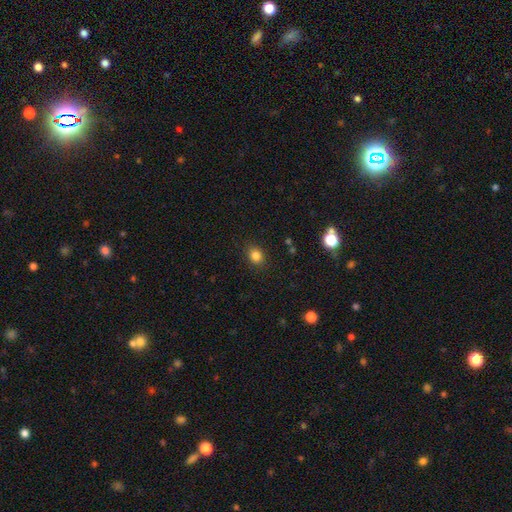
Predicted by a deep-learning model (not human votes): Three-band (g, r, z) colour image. It shows a smooth galaxy with no disk features (83%) that is round (64%). Merging: none (88%).